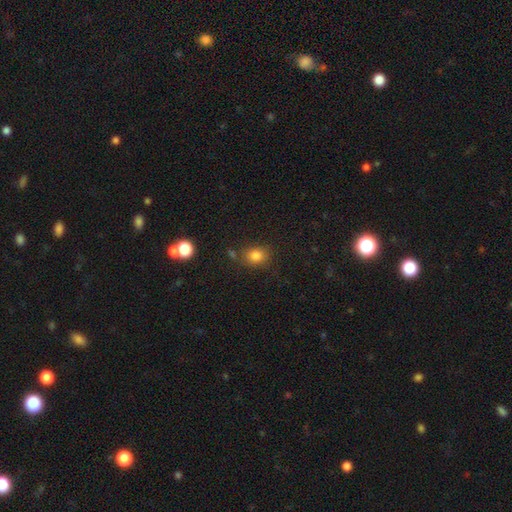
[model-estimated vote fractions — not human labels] smooth_or_featured: smooth (p=0.82) [alt: star or artifact p=0.12]
how_rounded: round (p=0.60) [alt: in between p=0.39]
merging: none (p=0.74) [alt: minor disturbance p=0.14]